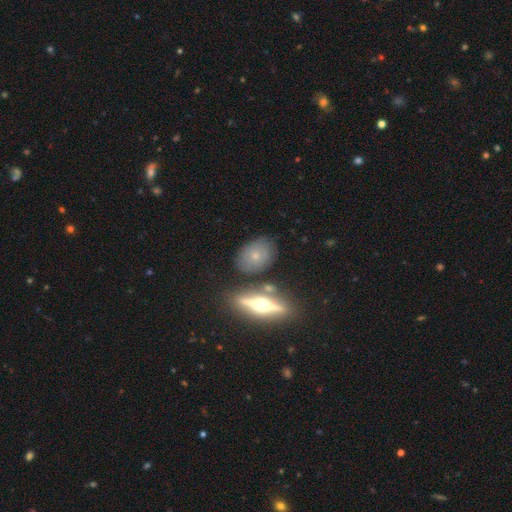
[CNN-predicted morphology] smooth-or-featured: smooth: 56% | featured or disk: 34% | star or artifact: 11%
  how-rounded: in between: 70% | round: 27% | cigar-shaped: 4%
  merging: none: 76% | minor disturbance: 14% | merger: 6% | major disturbance: 4%